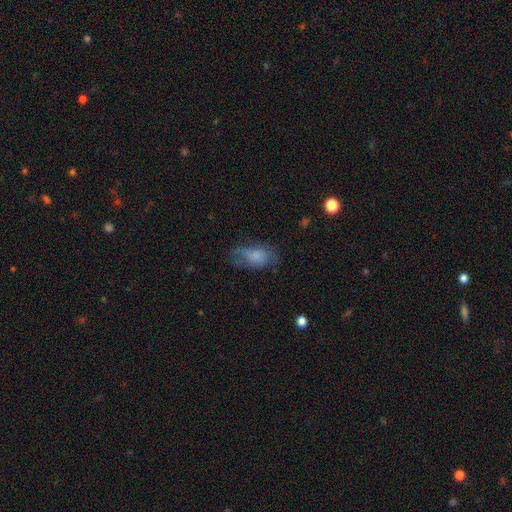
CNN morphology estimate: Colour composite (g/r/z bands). It shows a smooth galaxy with no disk features (70%) that is in between round and cigar-shaped (89%). Merging: none (50%).